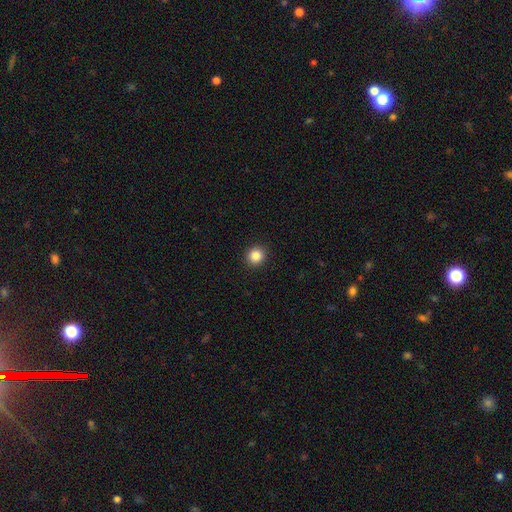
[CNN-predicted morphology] smooth 85%, star or artifact 10%, featured or disk 4%. Down the decision tree: how rounded — round (91%); merging — none (93%).